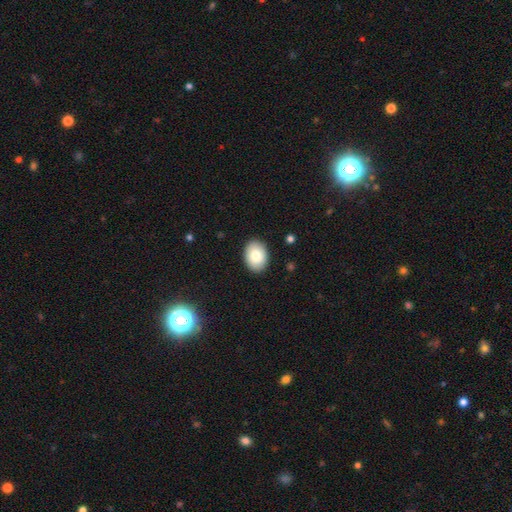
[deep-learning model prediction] smooth 82%, featured or disk 11%, star or artifact 7%. Down the decision tree: how rounded — in between (76%); merging — none (89%).